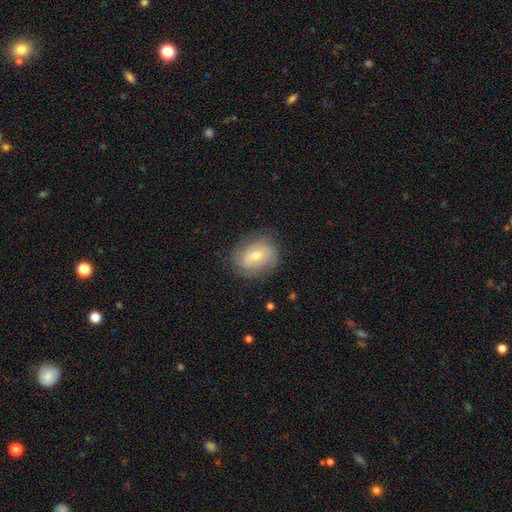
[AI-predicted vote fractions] Q: Smooth or featured?
A: featured or disk (50%); runner-up: smooth (42%)
Q: Edge-on disk?
A: no (94%); runner-up: yes (6%)
Q: Merging?
A: none (74%); runner-up: minor disturbance (18%)